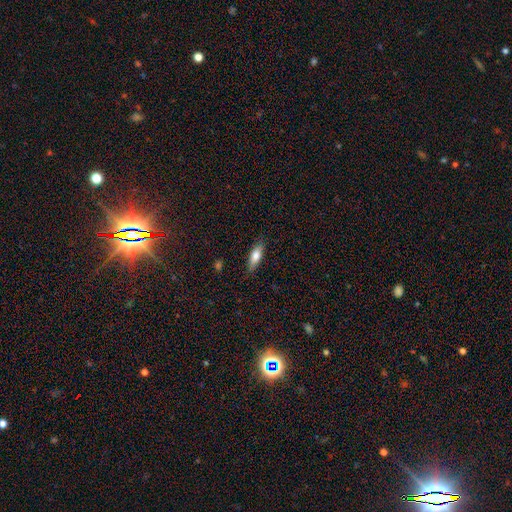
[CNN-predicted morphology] Smooth or featured?
  - smooth: 76% *
  - featured or disk: 18%
  - star or artifact: 7%
How rounded?
  - in between: 63% *
  - cigar-shaped: 35%
  - round: 2%
Merging?
  - none: 83% *
  - minor disturbance: 13%
  - major disturbance: 3%
  - merger: 1%